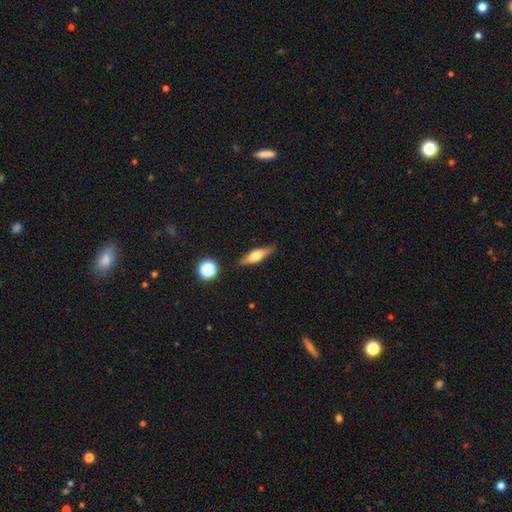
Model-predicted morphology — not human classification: Q: Smooth or featured?
A: smooth (52%); runner-up: featured or disk (40%)
Q: How rounded?
A: cigar-shaped (54%); runner-up: in between (42%)
Q: Merging?
A: none (84%); runner-up: minor disturbance (12%)